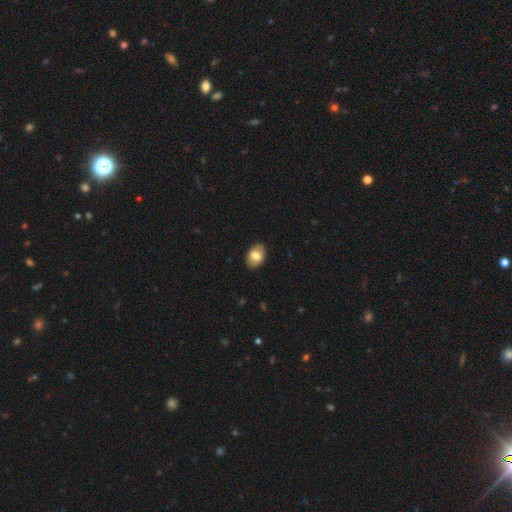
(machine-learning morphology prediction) A smooth galaxy with no disk features (77%) that is in between round and cigar-shaped (85%). Merging: none (89%).